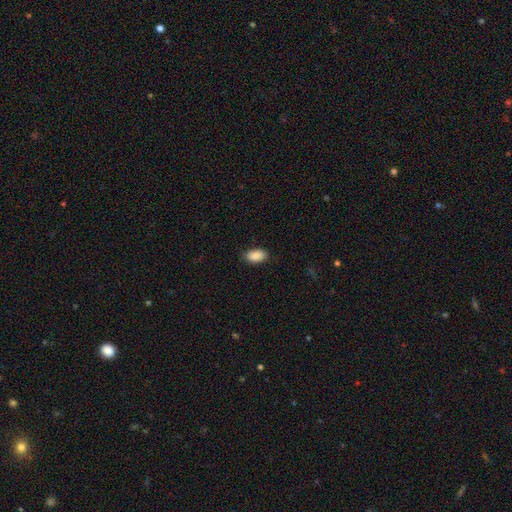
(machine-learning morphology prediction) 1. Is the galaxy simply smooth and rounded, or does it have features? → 90% smooth, 7% star or artifact, 3% featured or disk.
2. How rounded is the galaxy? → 94% in between, 4% round, 2% cigar-shaped.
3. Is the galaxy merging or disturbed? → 86% none, 11% minor disturbance, 2% major disturbance, 1% merger.